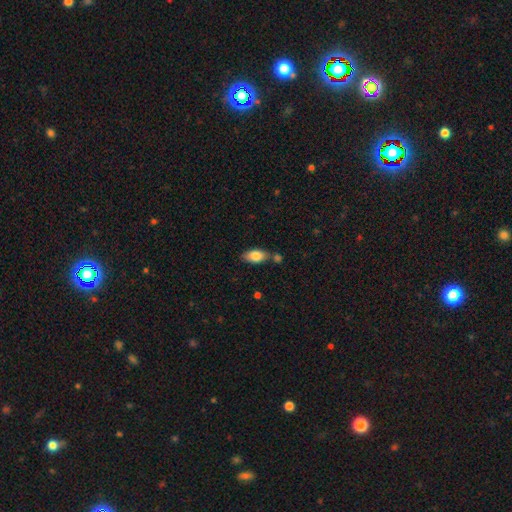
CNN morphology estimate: This appears to be a smooth galaxy with no disk features (82%) that is in between round and cigar-shaped (90%). Merging: none (62%).